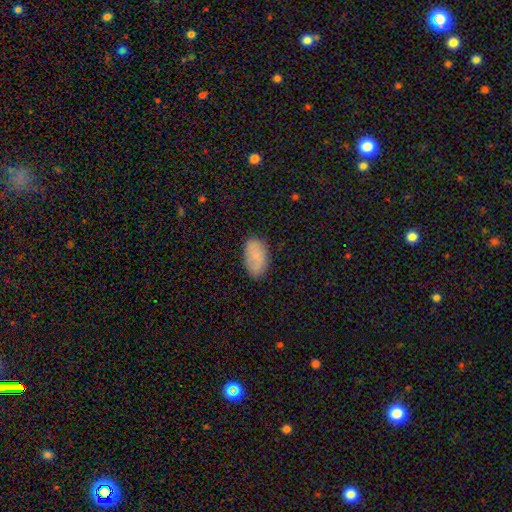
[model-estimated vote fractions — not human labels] smooth-or-featured: smooth: 81% | featured or disk: 11% | star or artifact: 7%
  how-rounded: in between: 94% | round: 4% | cigar-shaped: 2%
  merging: none: 81% | minor disturbance: 15% | major disturbance: 3% | merger: 1%